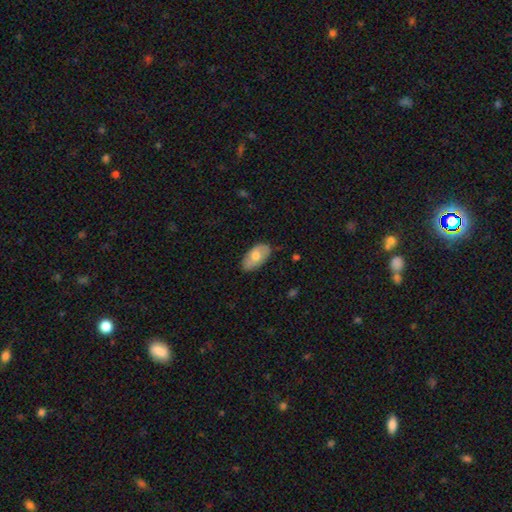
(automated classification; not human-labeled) A smooth galaxy with no disk features (64%) that is in between round and cigar-shaped (94%).

Vote fractions:
- Smooth or featured? smooth: 64% / featured or disk: 31% / star or artifact: 6%
- How rounded? in between: 94% / round: 4% / cigar-shaped: 2%
- Merging? none: 79% / minor disturbance: 17% / major disturbance: 3% / merger: 1%